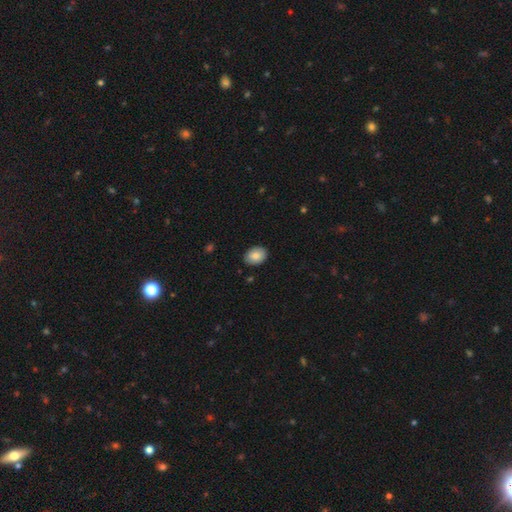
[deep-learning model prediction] This is clearly a smooth galaxy (86%). How rounded: likely in between (77%). Merging: clearly none (87%).